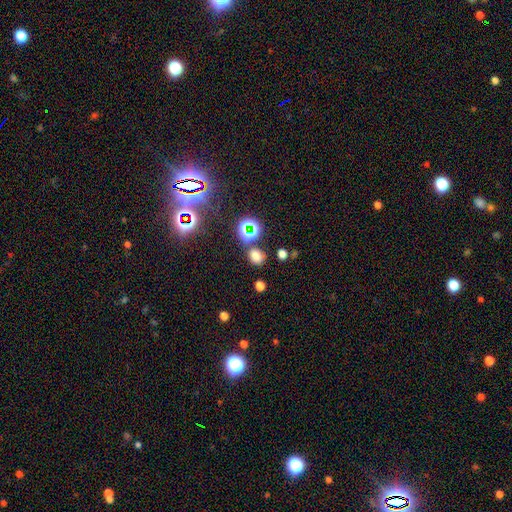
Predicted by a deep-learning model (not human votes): Smooth or featured? smooth (67%)
How rounded? round (58%)
Merging? none (75%)